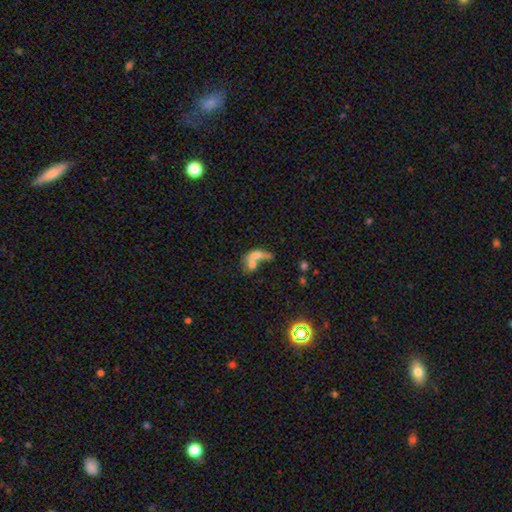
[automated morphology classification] smooth_or_featured: smooth (p=0.60) [alt: featured or disk p=0.28]
how_rounded: in between (p=0.63) [alt: round p=0.19]
merging: merger (p=0.62) [alt: none p=0.16]